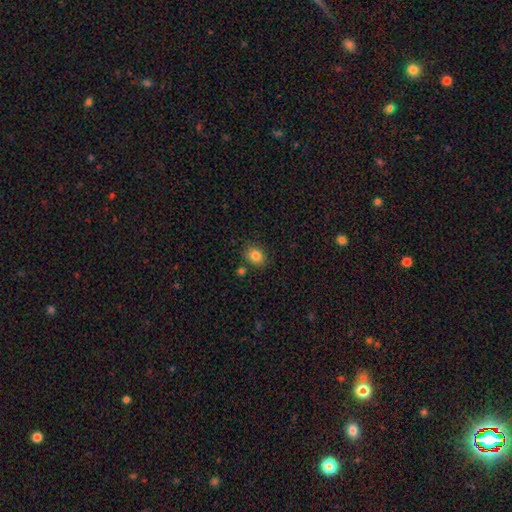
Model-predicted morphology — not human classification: Q: Smooth or featured?
A: smooth (83%); runner-up: star or artifact (10%)
Q: How rounded?
A: in between (59%); runner-up: round (40%)
Q: Merging?
A: none (81%); runner-up: minor disturbance (11%)